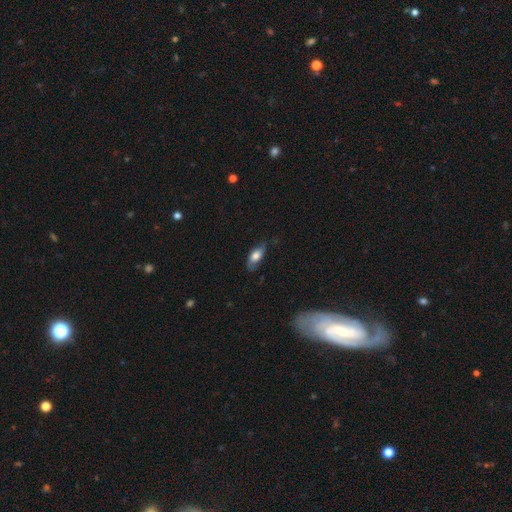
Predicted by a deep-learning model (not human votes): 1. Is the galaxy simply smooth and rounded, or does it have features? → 67% smooth, 26% featured or disk, 7% star or artifact.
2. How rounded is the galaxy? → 85% in between, 11% cigar-shaped, 4% round.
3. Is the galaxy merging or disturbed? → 65% none, 27% minor disturbance, 7% major disturbance, 1% merger.